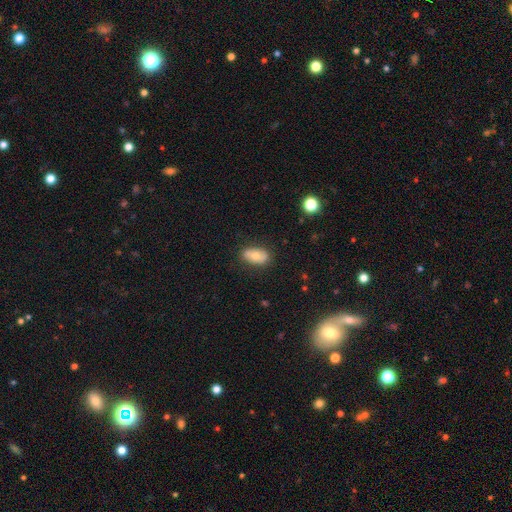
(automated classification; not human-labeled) A smooth galaxy with no disk features (65%) that is in between round and cigar-shaped (90%).

Vote fractions:
- Smooth or featured? smooth: 65% / featured or disk: 28% / star or artifact: 7%
- How rounded? in between: 90% / round: 7% / cigar-shaped: 3%
- Merging? none: 81% / minor disturbance: 14% / major disturbance: 3% / merger: 1%